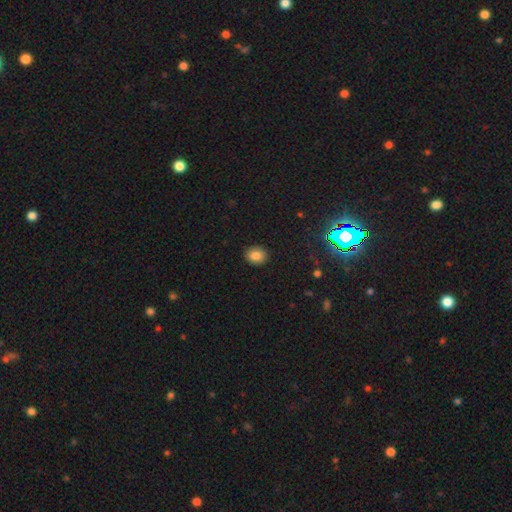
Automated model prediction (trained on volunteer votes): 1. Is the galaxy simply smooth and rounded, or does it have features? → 84% smooth, 10% star or artifact, 6% featured or disk.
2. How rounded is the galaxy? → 59% round, 40% in between, 1% cigar-shaped.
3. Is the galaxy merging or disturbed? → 91% none, 6% minor disturbance, 2% major disturbance, 1% merger.